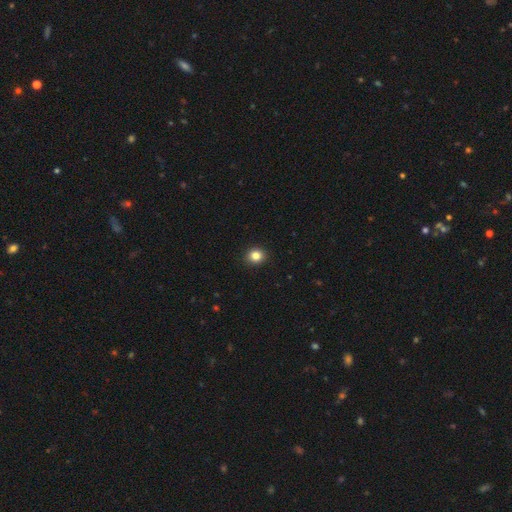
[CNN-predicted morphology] Smooth or featured: smooth — 83% (star or artifact — 12%)
How rounded: round — 81% (in between — 18%)
Merging: none — 92% (minor disturbance — 6%)